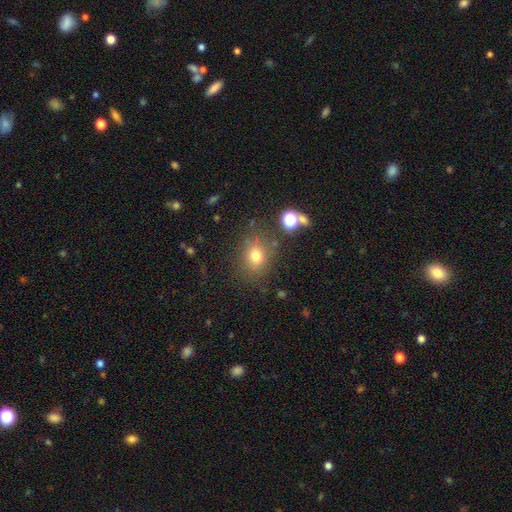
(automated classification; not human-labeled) Smooth or featured? smooth (74%)
How rounded? round (64%)
Merging? none (75%)